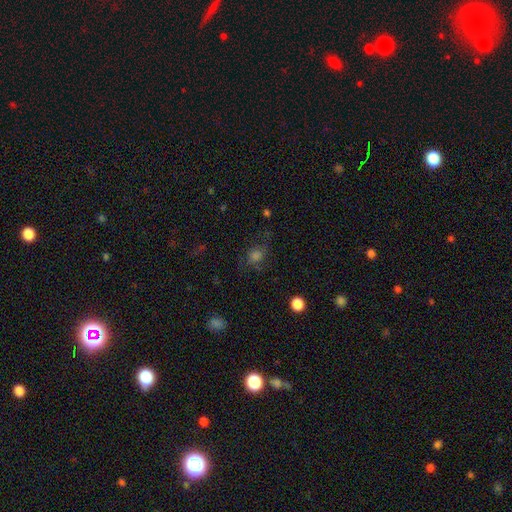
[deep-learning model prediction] This appears to be a smooth galaxy with no disk features (56%) that is round (66%). Merging: none (62%).